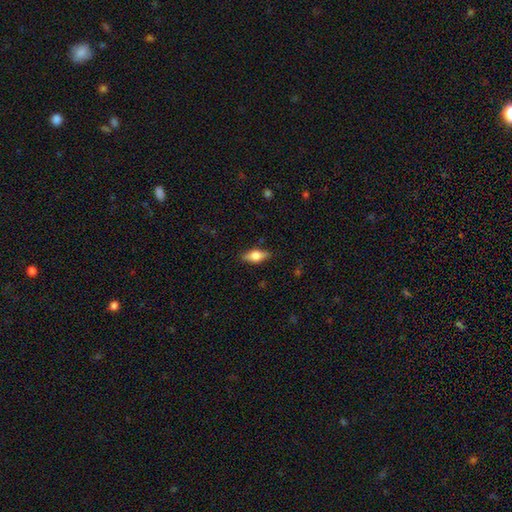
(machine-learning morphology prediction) Smooth or featured? smooth (61%)
How rounded? in between (76%)
Merging? none (86%)